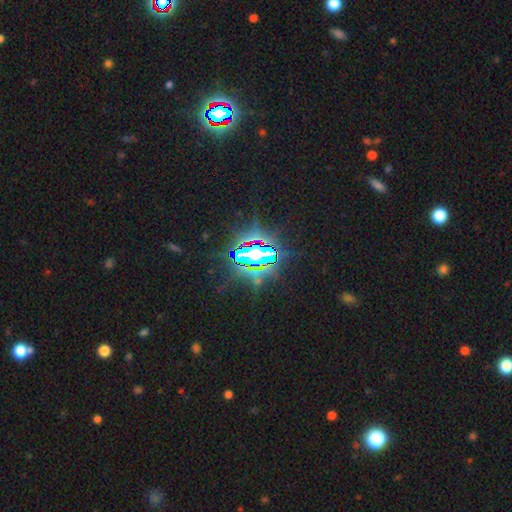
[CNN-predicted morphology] The model was most divided on "smooth or featured": star or artifact: 82%, featured or disk: 10%, smooth: 9%.